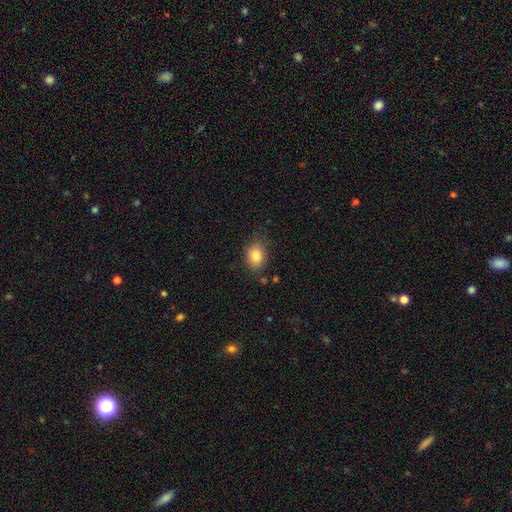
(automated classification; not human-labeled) smooth 83%, star or artifact 9%, featured or disk 7%. Down the decision tree: how rounded — in between (60%); merging — none (79%).